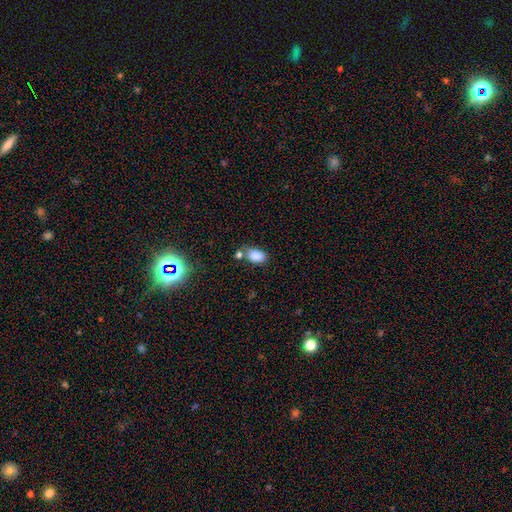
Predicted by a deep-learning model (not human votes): Q: Smooth or featured?
A: smooth (86%); runner-up: star or artifact (9%)
Q: How rounded?
A: in between (88%); runner-up: round (10%)
Q: Merging?
A: none (60%); runner-up: merger (18%)